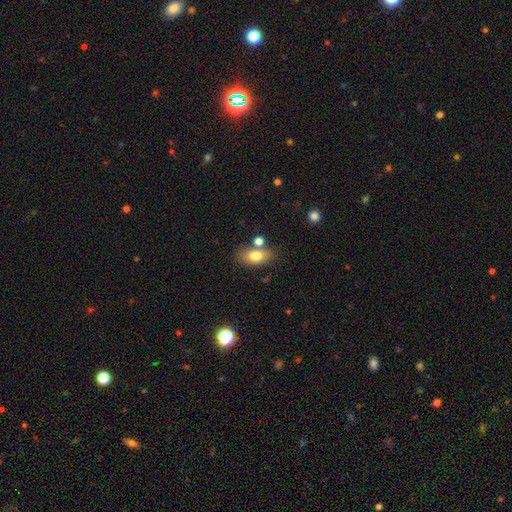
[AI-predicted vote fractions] smooth-or-featured: smooth: 77% | featured or disk: 15% | star or artifact: 9%
  how-rounded: in between: 85% | round: 10% | cigar-shaped: 5%
  merging: none: 66% | merger: 17% | minor disturbance: 14% | major disturbance: 4%